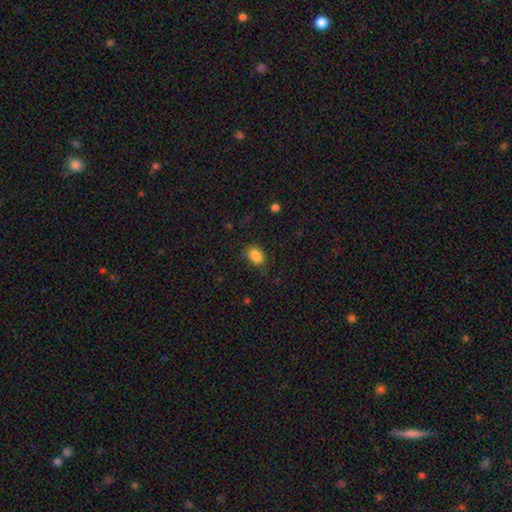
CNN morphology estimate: smooth 86%, star or artifact 9%, featured or disk 5%. Down the decision tree: how rounded — in between (80%); merging — none (80%).